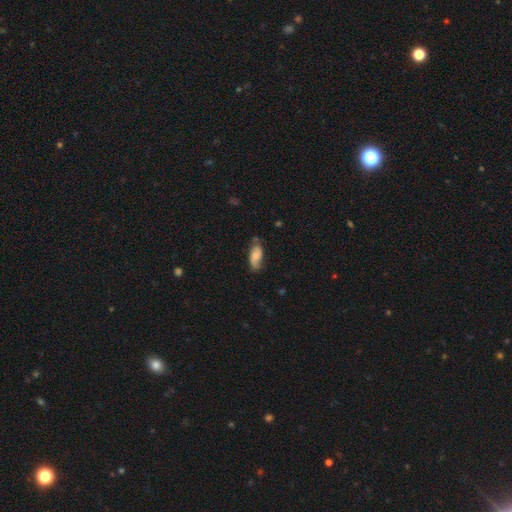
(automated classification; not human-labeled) Morphology: type=smooth (62%); roundness=in between (86%); merging=none (64%).